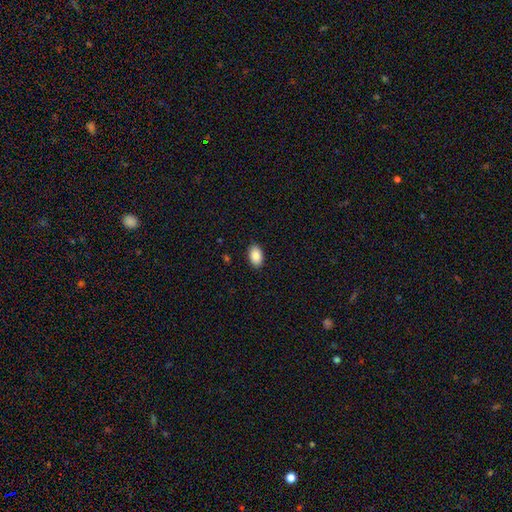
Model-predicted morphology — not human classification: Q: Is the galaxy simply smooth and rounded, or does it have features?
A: smooth — 86%.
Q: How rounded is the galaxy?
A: in between — 92%.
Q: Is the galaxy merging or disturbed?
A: none — 89%.